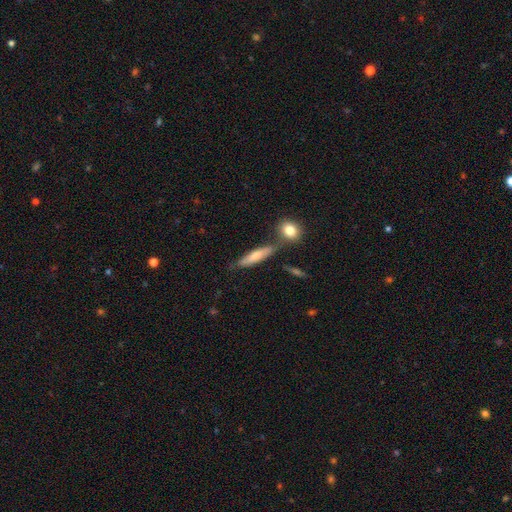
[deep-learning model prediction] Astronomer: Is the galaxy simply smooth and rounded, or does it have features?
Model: smooth — 69%.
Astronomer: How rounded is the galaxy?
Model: cigar-shaped — 72%.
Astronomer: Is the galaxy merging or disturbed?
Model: none — 61%.